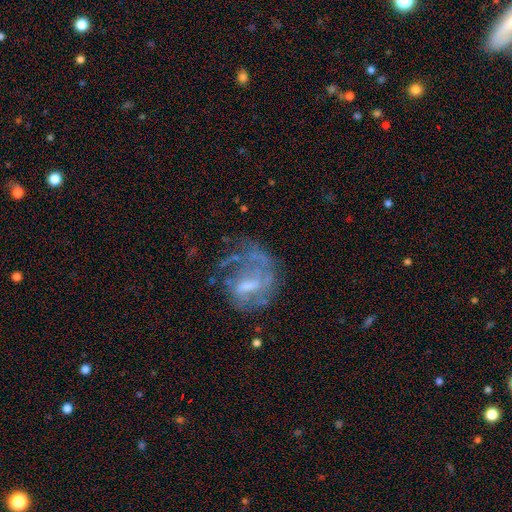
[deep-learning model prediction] This is likely a featured or disk galaxy (72%). It is clearly not viewed edge-on (97%). Bar: possibly weak (49%). Spiral arm pattern: likely yes (64%). Central bulge: marginally moderate (38%). Merging: marginally none (41%).